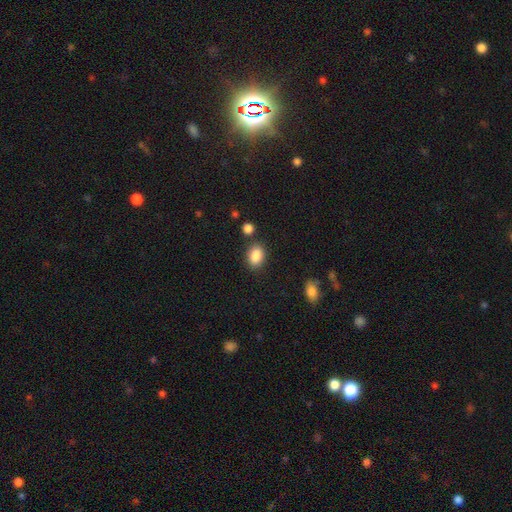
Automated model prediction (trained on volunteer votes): smooth 88%, star or artifact 8%, featured or disk 4%. Down the decision tree: how rounded — in between (78%); merging — none (80%).